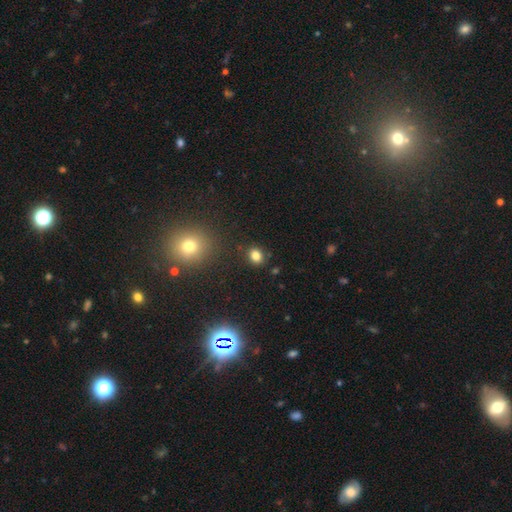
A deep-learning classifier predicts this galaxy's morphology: This is clearly a smooth galaxy (81%). How rounded: possibly round (58%). Merging: clearly none (86%).